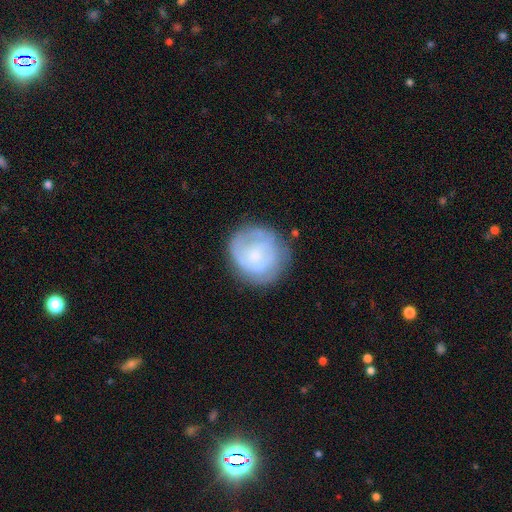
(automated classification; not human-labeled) Smooth or featured: featured or disk — 53% (smooth — 40%)
Edge-on disk: no — 98% (yes — 2%)
Bar: no — 73% (weak — 23%)
Spiral arms: yes — 71% (no — 29%)
Bulge size: small — 44% (none — 25%)
Merging: none — 68% (minor disturbance — 20%)